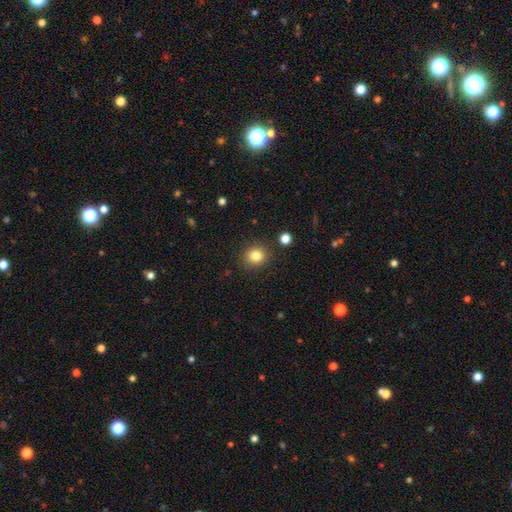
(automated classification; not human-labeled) The model was most divided on "how rounded": round: 82%, in between: 17%, cigar-shaped: 1%. More confident: merging — none (88%); smooth or featured — smooth (83%).